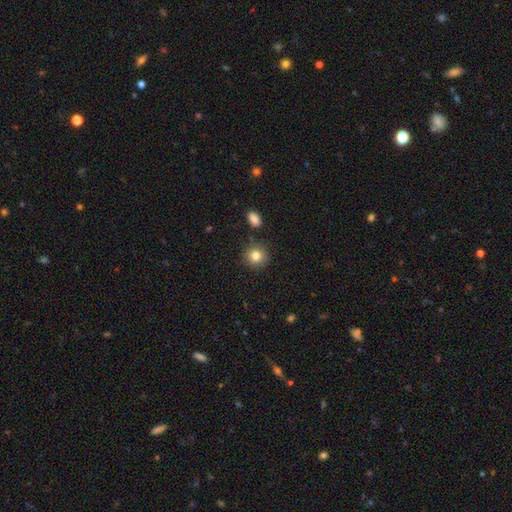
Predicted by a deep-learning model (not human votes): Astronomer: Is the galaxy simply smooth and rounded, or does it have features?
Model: smooth — 83%.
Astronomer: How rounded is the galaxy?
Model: round — 90%.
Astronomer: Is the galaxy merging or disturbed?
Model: none — 86%.